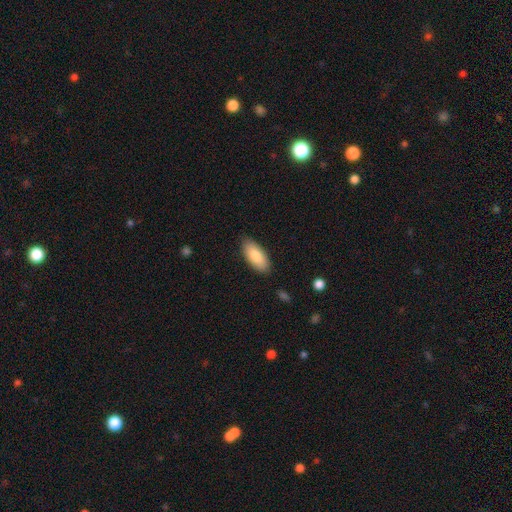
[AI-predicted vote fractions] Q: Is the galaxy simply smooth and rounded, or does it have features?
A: smooth — 83%.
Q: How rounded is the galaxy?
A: in between — 86%.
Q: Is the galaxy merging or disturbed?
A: none — 86%.